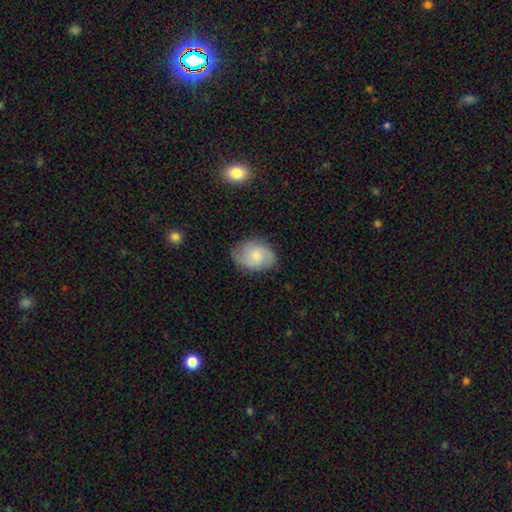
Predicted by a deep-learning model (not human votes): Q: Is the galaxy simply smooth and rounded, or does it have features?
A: smooth — 56%.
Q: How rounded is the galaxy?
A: in between — 69%.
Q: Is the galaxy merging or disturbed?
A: none — 76%.